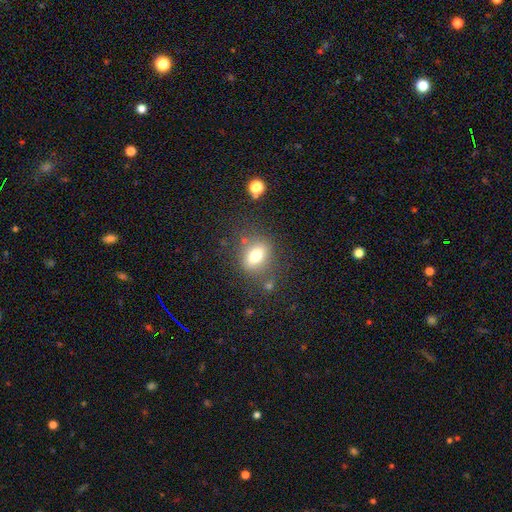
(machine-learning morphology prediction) type=smooth (72%); roundness=in between (58%); merging=none (74%).